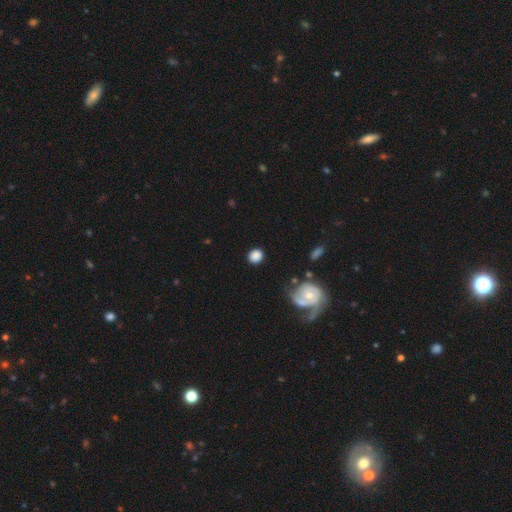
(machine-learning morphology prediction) Smooth or featured? Predicted: smooth (p=0.81). How rounded? Predicted: round (p=0.78). Merging? Predicted: none (p=0.83).